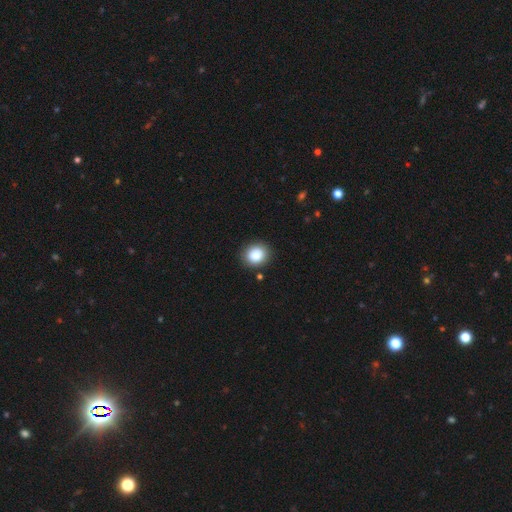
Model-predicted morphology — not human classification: smooth-or-featured: smooth: 83% | star or artifact: 10% | featured or disk: 7%
  how-rounded: round: 78% | in between: 21% | cigar-shaped: 1%
  merging: none: 89% | minor disturbance: 7% | major disturbance: 2% | merger: 2%